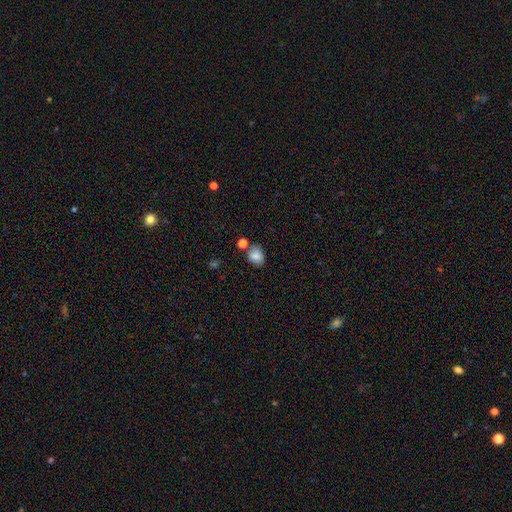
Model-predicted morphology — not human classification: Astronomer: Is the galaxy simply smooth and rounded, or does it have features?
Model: smooth — 83%.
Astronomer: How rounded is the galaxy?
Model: in between — 62%.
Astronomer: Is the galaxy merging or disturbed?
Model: none — 69%.